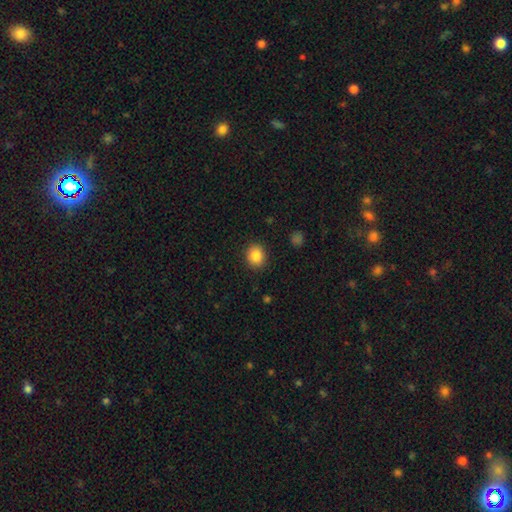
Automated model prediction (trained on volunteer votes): A smooth galaxy with no disk features (86%) that is round (70%).

Vote fractions:
- Smooth or featured? smooth: 86% / star or artifact: 9% / featured or disk: 5%
- How rounded? round: 70% / in between: 29% / cigar-shaped: 1%
- Merging? none: 89% / minor disturbance: 7% / major disturbance: 2% / merger: 1%